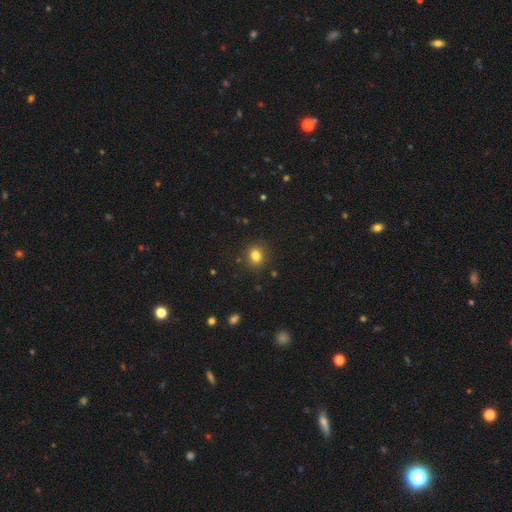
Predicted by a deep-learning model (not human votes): A smooth galaxy with no disk features (82%) that is round (72%). Merging: none (88%).